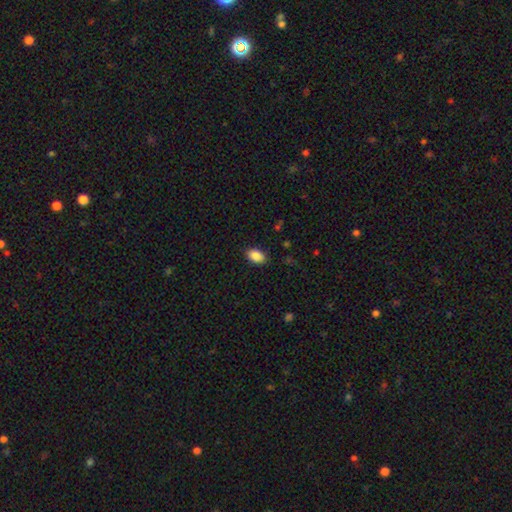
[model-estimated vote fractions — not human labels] Smooth or featured? Predicted: smooth (p=0.88). How rounded? Predicted: in between (p=0.89). Merging? Predicted: none (p=0.87).